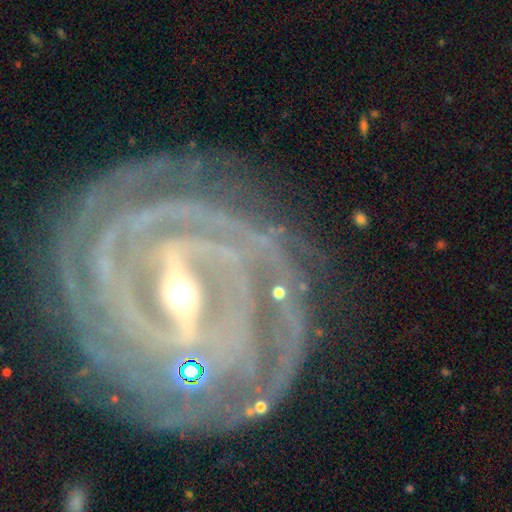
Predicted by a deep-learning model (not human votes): A featured or disk galaxy (92%) with a strong bar (69%), 4 (24%) tight (85%) spiral arms (98%) and a small central bulge (49%). Merging: none (80%).